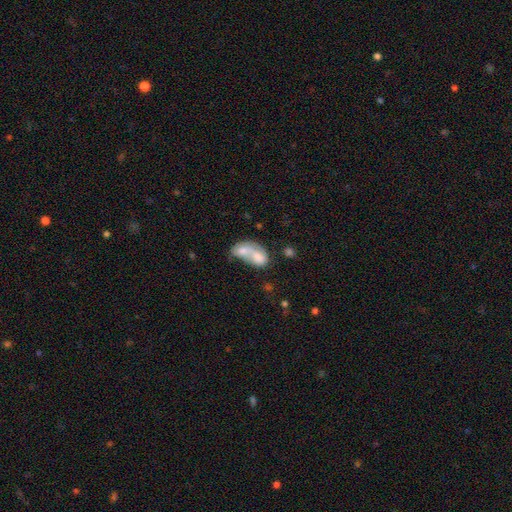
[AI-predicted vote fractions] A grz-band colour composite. It shows a smooth galaxy with no disk features (67%) that is in between round and cigar-shaped (84%). Merging: merger (77%).